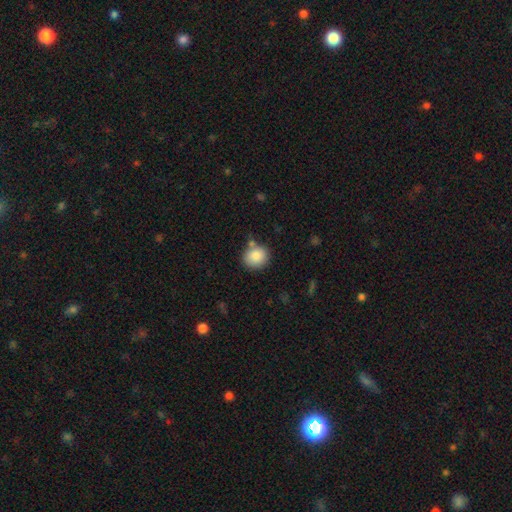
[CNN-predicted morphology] smooth_or_featured: smooth (p=0.86) [alt: star or artifact p=0.08]
how_rounded: round (p=0.74) [alt: in between p=0.25]
merging: none (p=0.74) [alt: minor disturbance p=0.14]